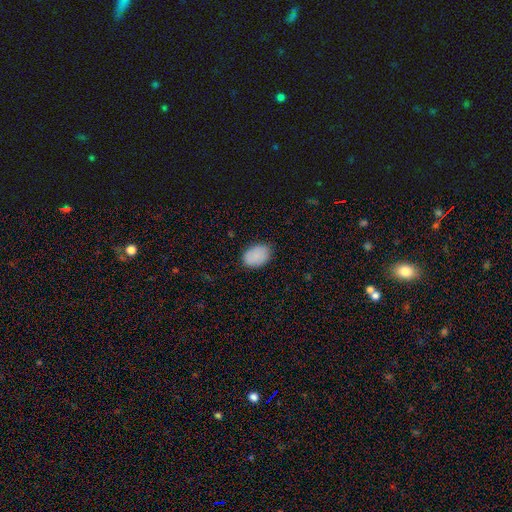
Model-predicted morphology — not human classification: smooth 87%, star or artifact 7%, featured or disk 5%. Down the decision tree: how rounded — in between (83%); merging — none (79%).